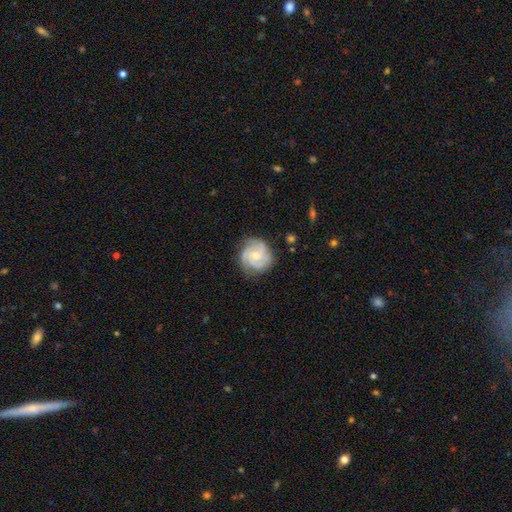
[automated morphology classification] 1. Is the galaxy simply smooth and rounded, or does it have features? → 76% featured or disk, 18% smooth, 6% star or artifact.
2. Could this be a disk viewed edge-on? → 98% no, 2% yes.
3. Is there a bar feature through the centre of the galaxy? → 65% no, 31% weak, 5% strong.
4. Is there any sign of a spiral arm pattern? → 96% yes, 4% no.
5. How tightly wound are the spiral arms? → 57% tight, 36% medium, 7% loose.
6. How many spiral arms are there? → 53% 3, 19% 2, 14% can't tell, 8% 4, 3% 1, 3% more than 4.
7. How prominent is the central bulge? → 50% small, 43% moderate, 3% none, 2% large, 1% dominant.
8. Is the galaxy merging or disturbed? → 76% none, 18% minor disturbance, 5% major disturbance, 1% merger.